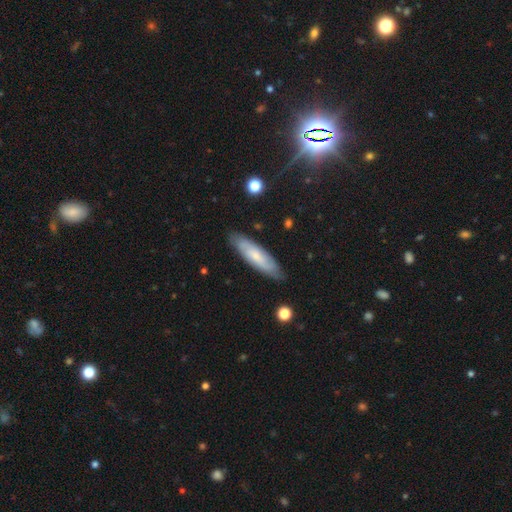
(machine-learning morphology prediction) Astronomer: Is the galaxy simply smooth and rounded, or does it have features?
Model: smooth — 50% (runner-up: featured or disk, 44%).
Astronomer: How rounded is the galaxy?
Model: cigar-shaped — 65%.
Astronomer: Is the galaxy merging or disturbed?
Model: none — 83%.